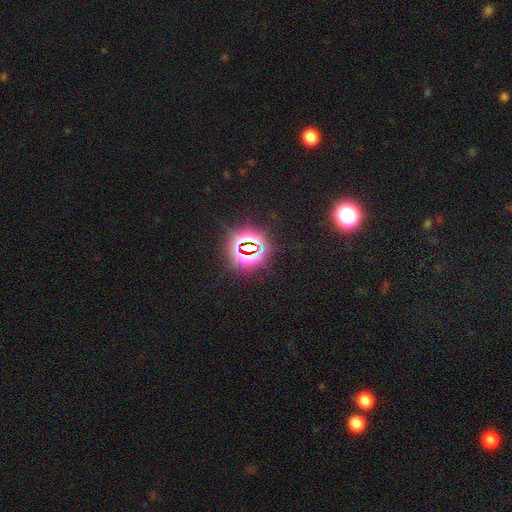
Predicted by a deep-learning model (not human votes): Morphology: type=star or artifact (77%).